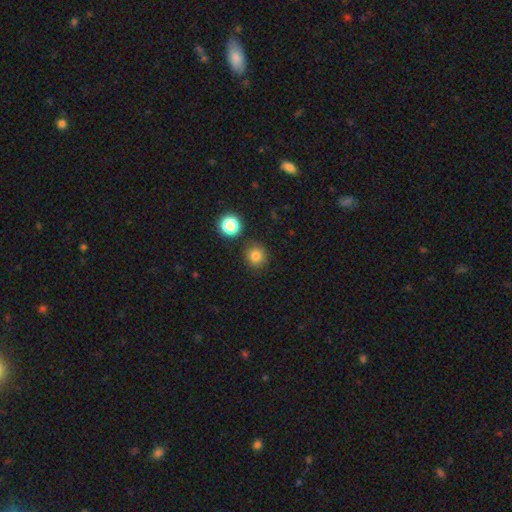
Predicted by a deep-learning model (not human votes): Q: Smooth or featured?
A: smooth (81%); runner-up: star or artifact (14%)
Q: How rounded?
A: round (92%); runner-up: in between (7%)
Q: Merging?
A: none (87%); runner-up: minor disturbance (7%)